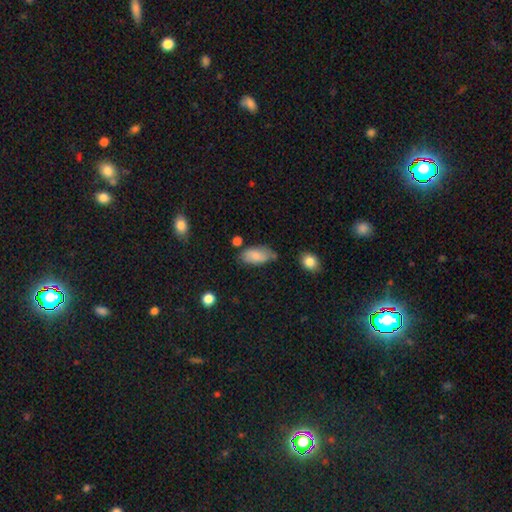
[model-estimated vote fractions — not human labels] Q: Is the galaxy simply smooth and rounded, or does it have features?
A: smooth — 81%.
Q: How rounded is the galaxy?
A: in between — 93%.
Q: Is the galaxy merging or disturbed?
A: none — 63%.